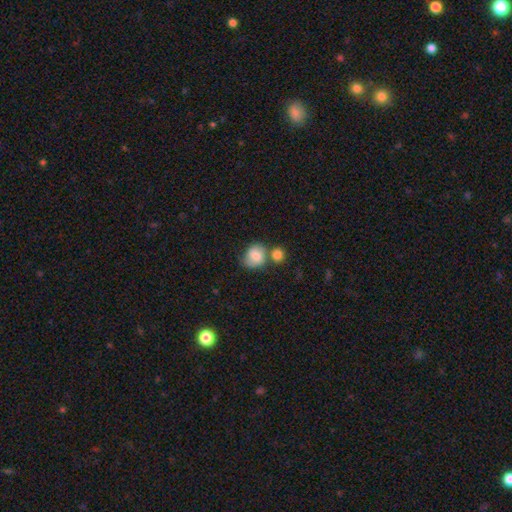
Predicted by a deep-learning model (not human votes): smooth 75%, featured or disk 17%, star or artifact 8%. Down the decision tree: how rounded — round (59%); merging — none (42%).